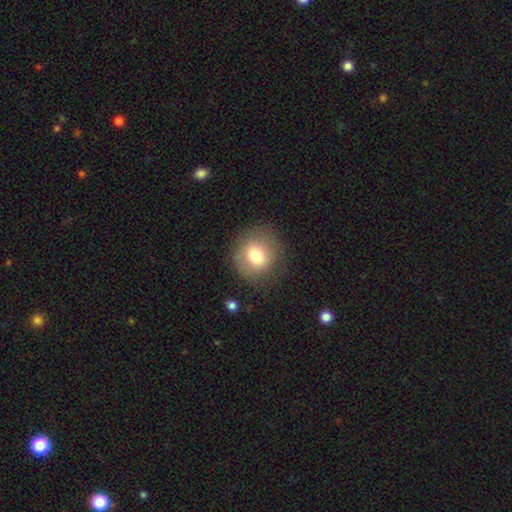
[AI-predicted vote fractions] Smooth or featured? smooth (74%)
How rounded? round (83%)
Merging? none (81%)